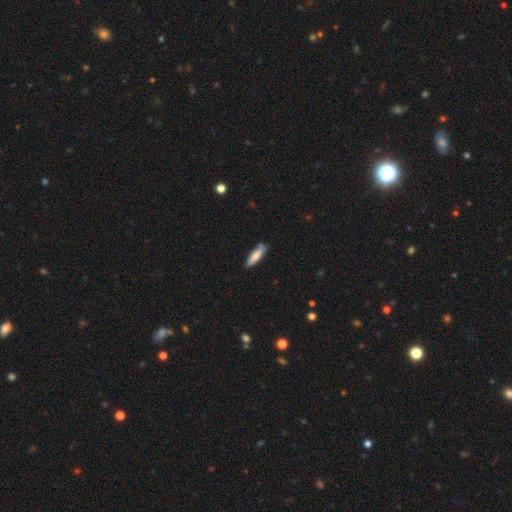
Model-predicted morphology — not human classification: This is likely a smooth galaxy (79%). How rounded: possibly cigar-shaped (60%). Merging: likely none (78%).